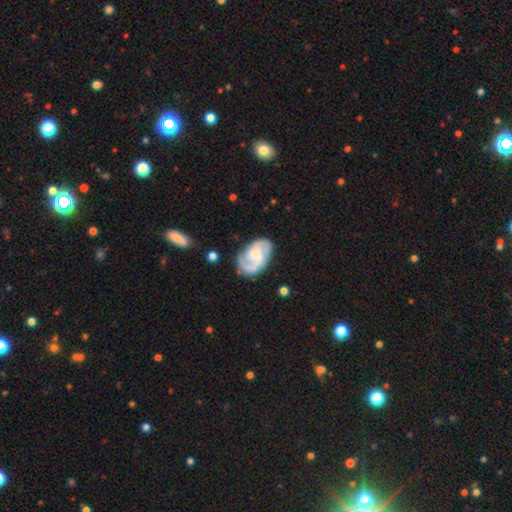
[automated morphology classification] This appears to be a featured or disk galaxy (82%) with no bar (47%), 2 (80%) medium (50%) spiral arms (95%) and a small central bulge (52%). Merging: none (73%).